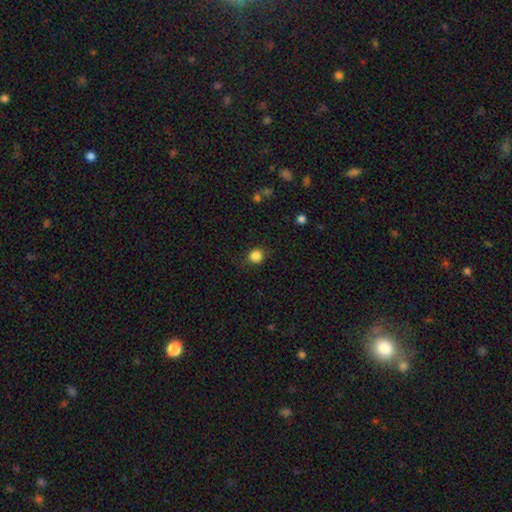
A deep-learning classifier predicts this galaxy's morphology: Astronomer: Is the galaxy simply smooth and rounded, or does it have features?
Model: smooth — 85%.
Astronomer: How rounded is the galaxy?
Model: round — 89%.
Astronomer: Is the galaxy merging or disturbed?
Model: none — 86%.